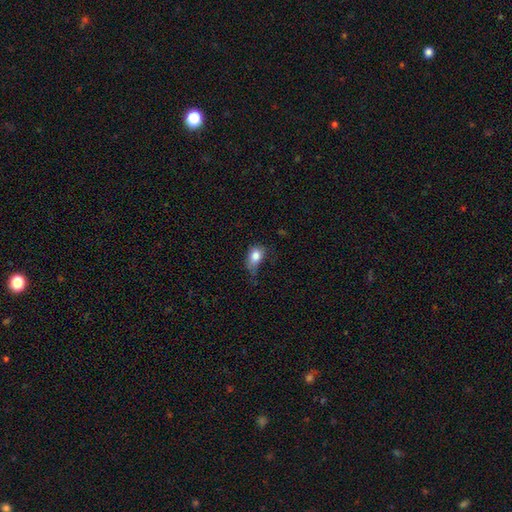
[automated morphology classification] smooth 80%, featured or disk 11%, star or artifact 9%. Down the decision tree: how rounded — in between (75%); merging — minor disturbance (40%).